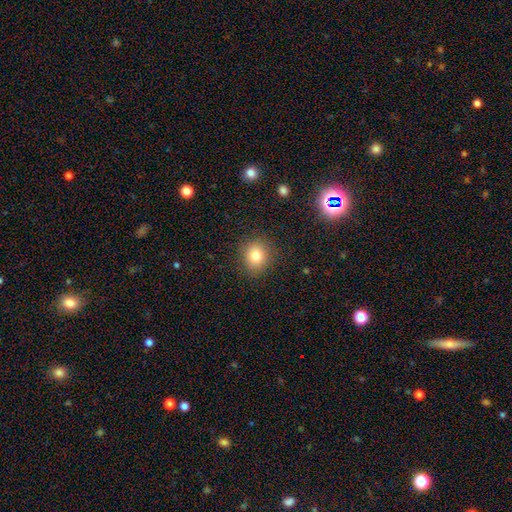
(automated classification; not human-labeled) Q: Smooth or featured?
A: smooth (81%); runner-up: star or artifact (11%)
Q: How rounded?
A: round (75%); runner-up: in between (24%)
Q: Merging?
A: none (87%); runner-up: minor disturbance (9%)